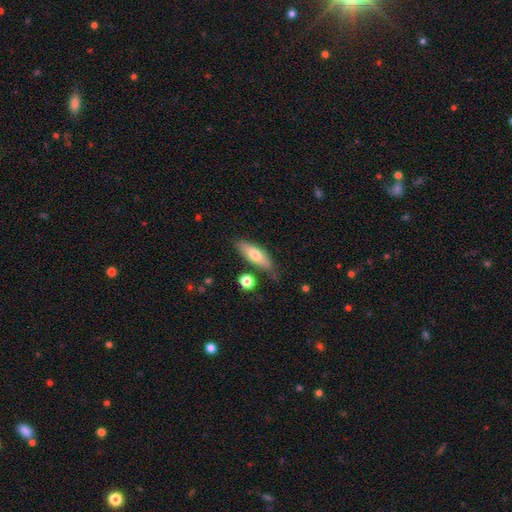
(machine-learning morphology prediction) Q: Smooth or featured?
A: smooth (67%); runner-up: featured or disk (26%)
Q: How rounded?
A: in between (53%); runner-up: cigar-shaped (44%)
Q: Merging?
A: none (74%); runner-up: minor disturbance (17%)